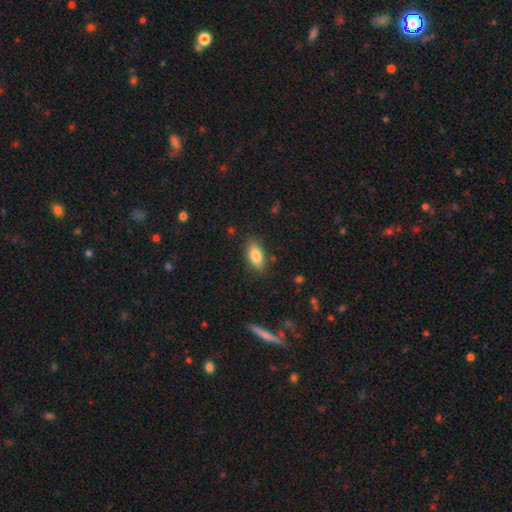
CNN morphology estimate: Q: Smooth or featured?
A: smooth (82%); runner-up: featured or disk (10%)
Q: How rounded?
A: in between (86%); runner-up: cigar-shaped (11%)
Q: Merging?
A: none (84%); runner-up: minor disturbance (12%)